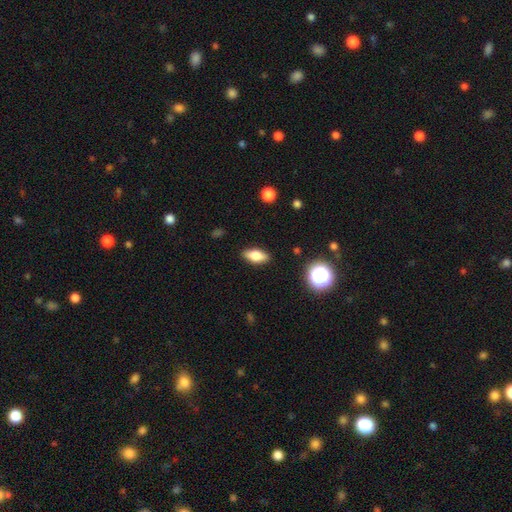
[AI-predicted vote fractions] Q: Smooth or featured?
A: smooth (70%); runner-up: featured or disk (21%)
Q: How rounded?
A: in between (80%); runner-up: cigar-shaped (15%)
Q: Merging?
A: none (87%); runner-up: minor disturbance (9%)